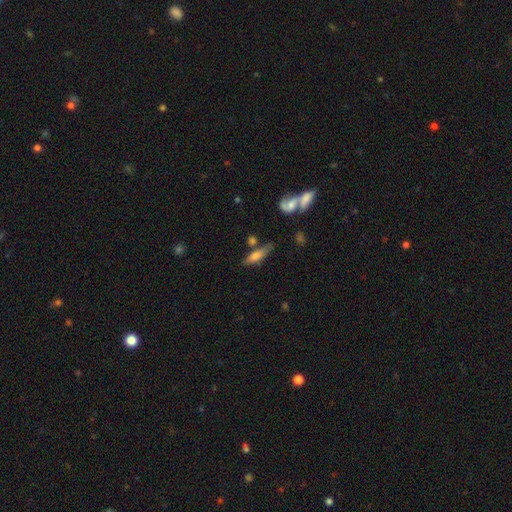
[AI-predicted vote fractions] smooth 61%, featured or disk 31%, star or artifact 7%. Down the decision tree: how rounded — cigar-shaped (53%); merging — none (56%).